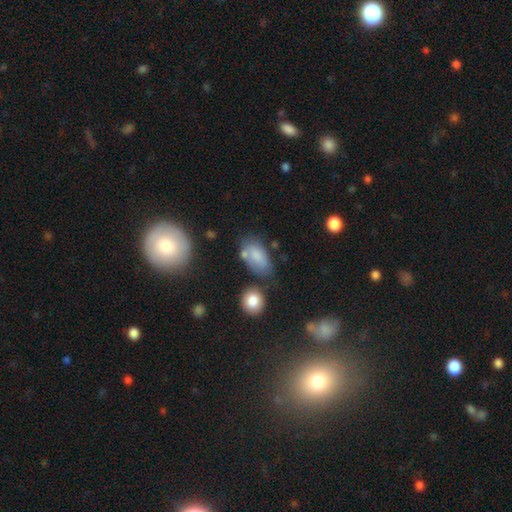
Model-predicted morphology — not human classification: Smooth or featured?
  - smooth: 73% *
  - featured or disk: 17%
  - star or artifact: 10%
How rounded?
  - in between: 91% *
  - round: 7%
  - cigar-shaped: 3%
Merging?
  - none: 50% *
  - minor disturbance: 27%
  - merger: 13%
  - major disturbance: 11%